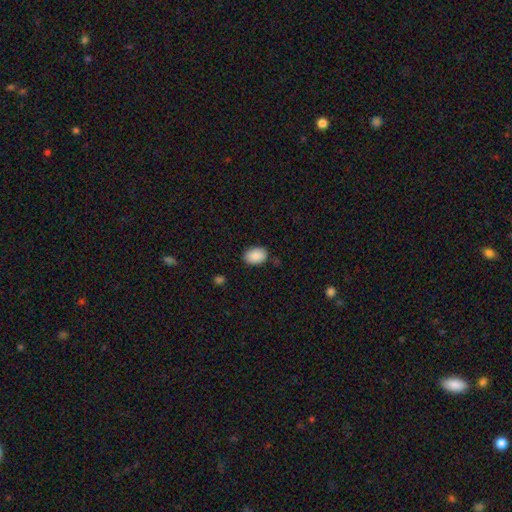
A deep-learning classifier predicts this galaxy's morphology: smooth-or-featured: smooth: 90% | star or artifact: 7% | featured or disk: 3%
  how-rounded: in between: 84% | round: 15% | cigar-shaped: 1%
  merging: none: 83% | minor disturbance: 12% | major disturbance: 3% | merger: 2%